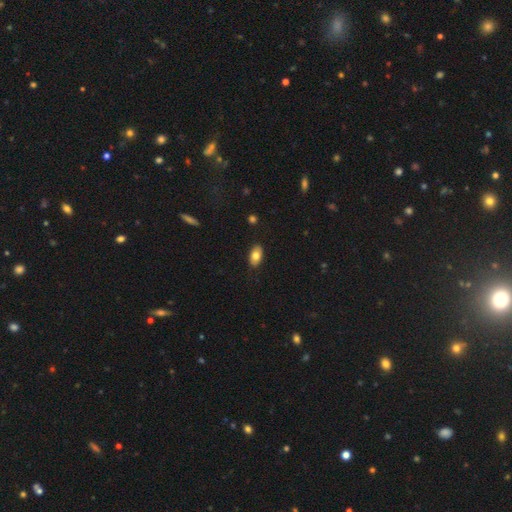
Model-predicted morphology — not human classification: A smooth galaxy with no disk features (80%) that is in between round and cigar-shaped (92%). Merging: none (88%).